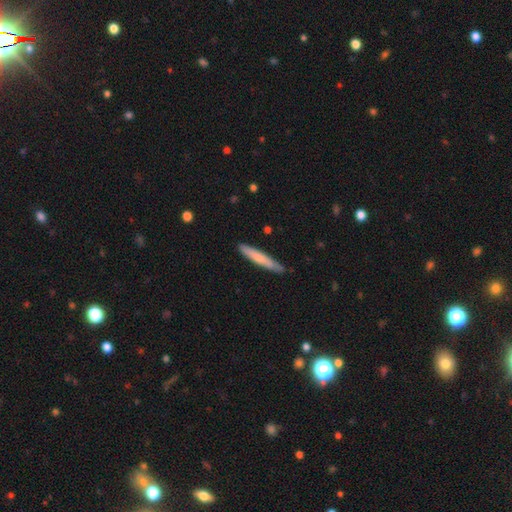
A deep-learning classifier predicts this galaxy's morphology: This appears to be a smooth galaxy with no disk features (60%) that is cigar-shaped (94%). Merging: none (86%).